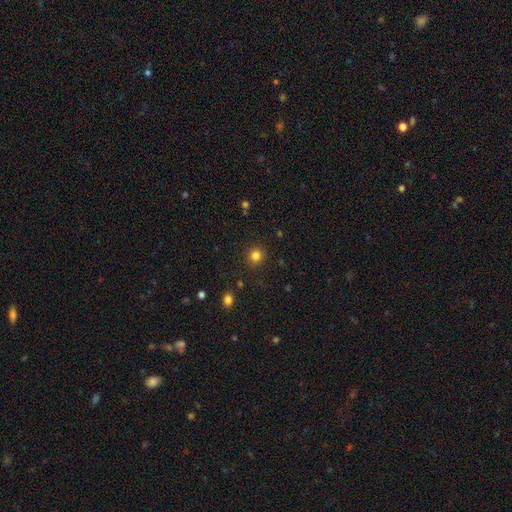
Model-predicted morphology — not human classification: A smooth galaxy with no disk features (82%) that is round (91%). Merging: none (91%).